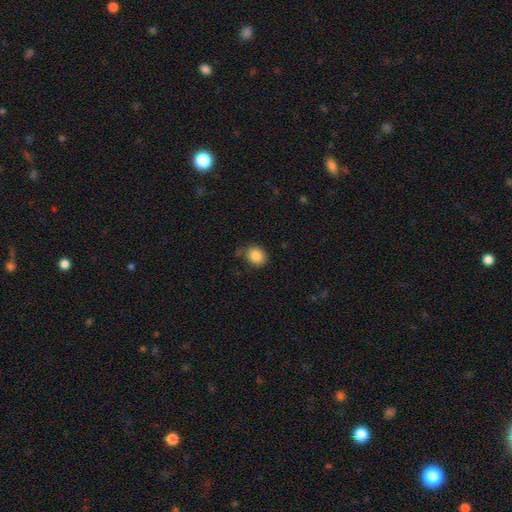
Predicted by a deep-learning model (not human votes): Smooth or featured?
  - smooth: 87% *
  - star or artifact: 9%
  - featured or disk: 5%
How rounded?
  - round: 59% *
  - in between: 40%
  - cigar-shaped: 1%
Merging?
  - none: 75% *
  - minor disturbance: 17%
  - major disturbance: 5%
  - merger: 3%